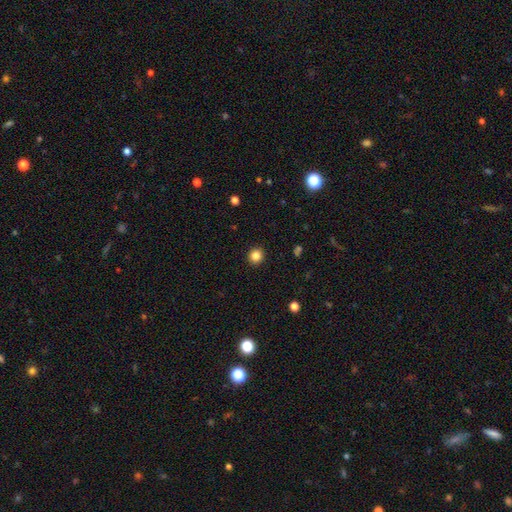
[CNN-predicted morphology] This is clearly a smooth galaxy (84%). How rounded: clearly round (91%). Merging: clearly none (92%).